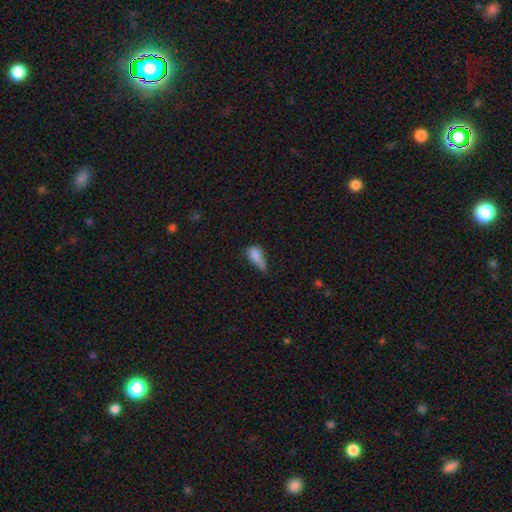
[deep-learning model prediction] smooth_or_featured: smooth (p=0.77) [alt: featured or disk p=0.13]
how_rounded: in between (p=0.80) [alt: cigar-shaped p=0.14]
merging: minor disturbance (p=0.42) [alt: major disturbance p=0.26]